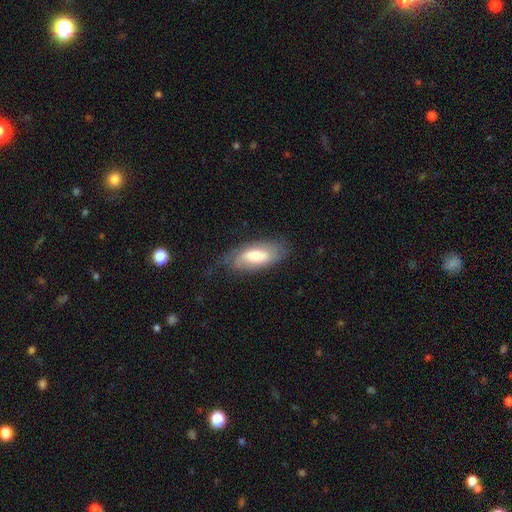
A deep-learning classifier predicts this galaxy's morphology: Smooth or featured? smooth (60%)
How rounded? in between (88%)
Merging? none (64%)